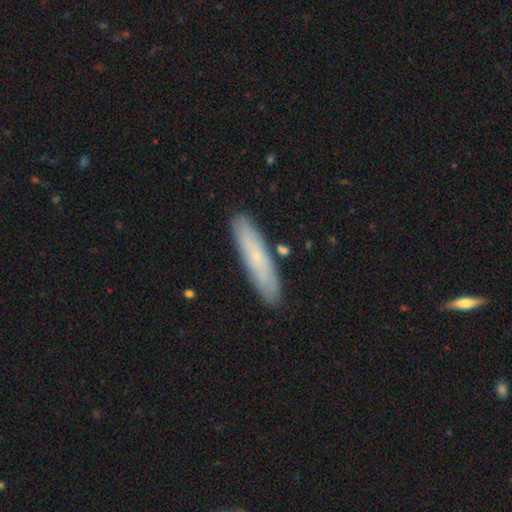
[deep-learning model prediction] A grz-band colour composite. It shows a smooth galaxy with no disk features (63%) that is cigar-shaped (83%). Merging: none (86%).